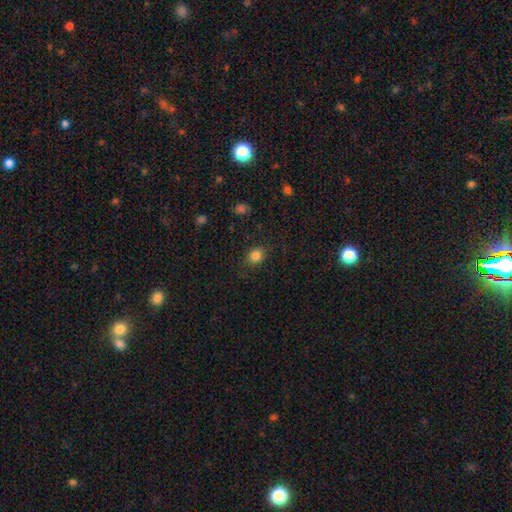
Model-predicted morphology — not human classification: smooth-or-featured: smooth: 83% | star or artifact: 12% | featured or disk: 5%
  how-rounded: round: 65% | in between: 34% | cigar-shaped: 1%
  merging: none: 83% | minor disturbance: 12% | major disturbance: 4% | merger: 1%